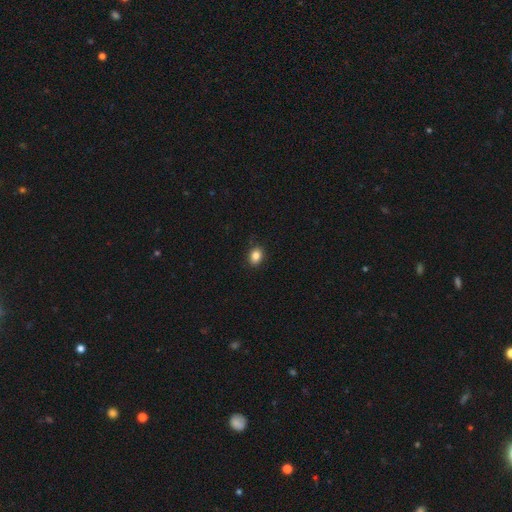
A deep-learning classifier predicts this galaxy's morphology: smooth 85%, star or artifact 10%, featured or disk 5%. Down the decision tree: how rounded — in between (64%); merging — none (88%).